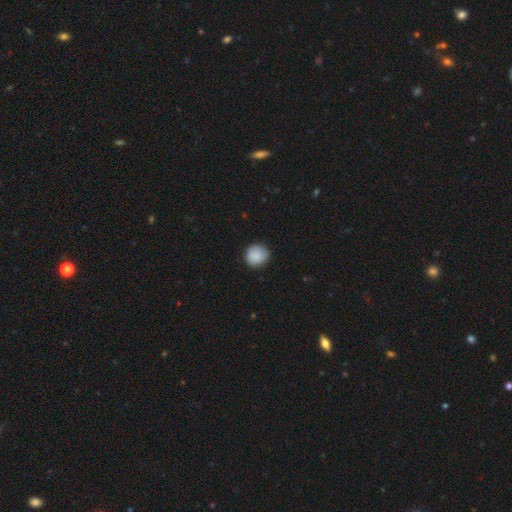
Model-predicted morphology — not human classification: type=smooth (89%); roundness=round (92%); merging=none (86%).